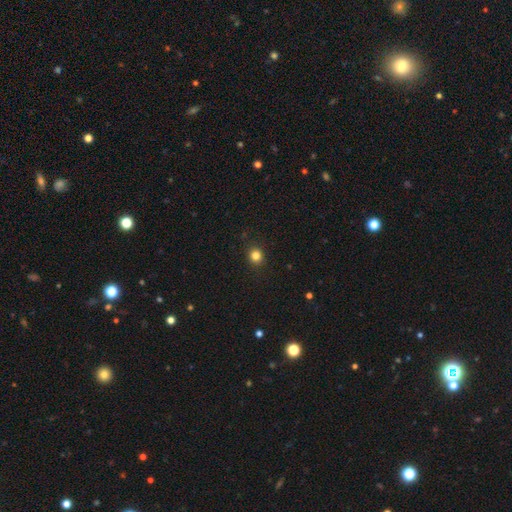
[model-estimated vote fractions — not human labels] Morphology: type=smooth (83%); roundness=round (86%); merging=none (90%).